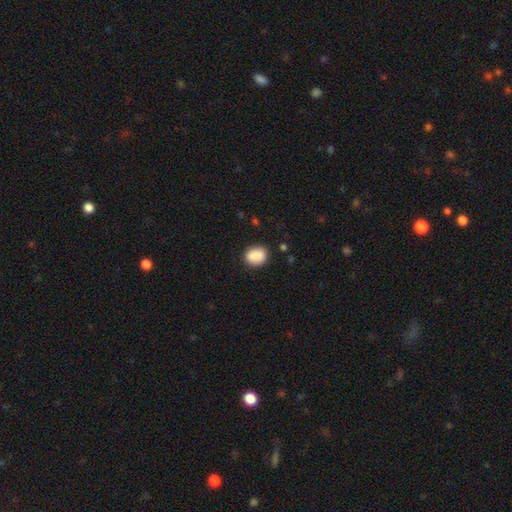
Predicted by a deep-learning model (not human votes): Smooth or featured: smooth — 86% (star or artifact — 8%)
How rounded: in between — 52% (round — 47%)
Merging: none — 80% (minor disturbance — 14%)